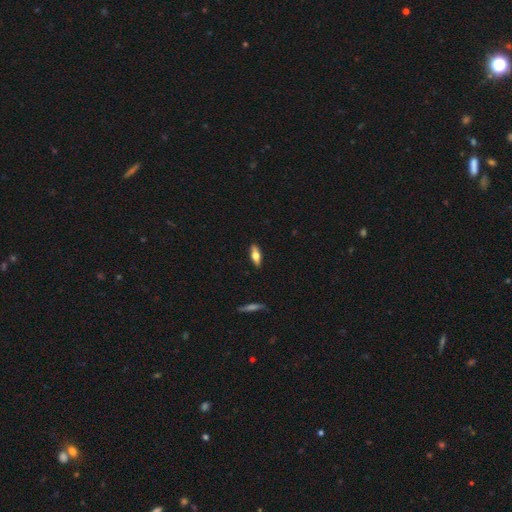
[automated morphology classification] Smooth or featured?
  - smooth: 57% *
  - featured or disk: 36%
  - star or artifact: 7%
How rounded?
  - in between: 63% *
  - cigar-shaped: 34%
  - round: 3%
Merging?
  - none: 88% *
  - minor disturbance: 9%
  - major disturbance: 2%
  - merger: 1%